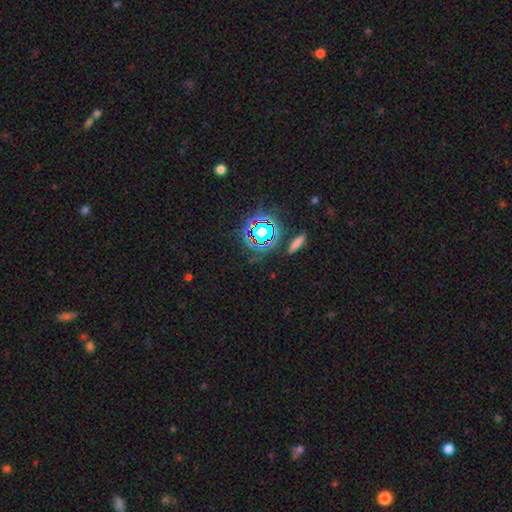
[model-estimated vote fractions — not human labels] Q: Smooth or featured?
A: star or artifact (75%); runner-up: smooth (14%)